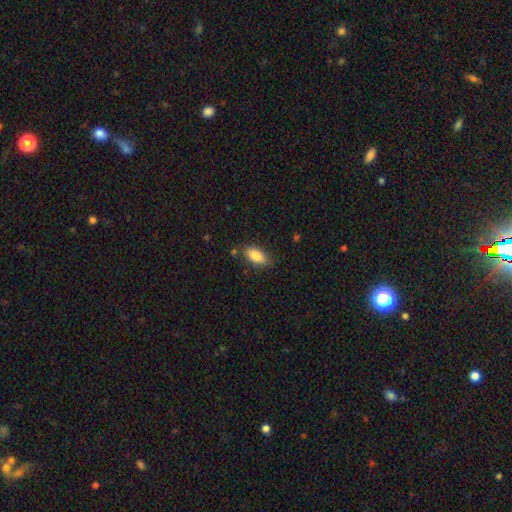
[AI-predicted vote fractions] A smooth galaxy with no disk features (85%) that is in between round and cigar-shaped (88%).

Vote fractions:
- Smooth or featured? smooth: 85% / featured or disk: 8% / star or artifact: 7%
- How rounded? in between: 88% / cigar-shaped: 9% / round: 3%
- Merging? none: 79% / minor disturbance: 15% / major disturbance: 3% / merger: 3%